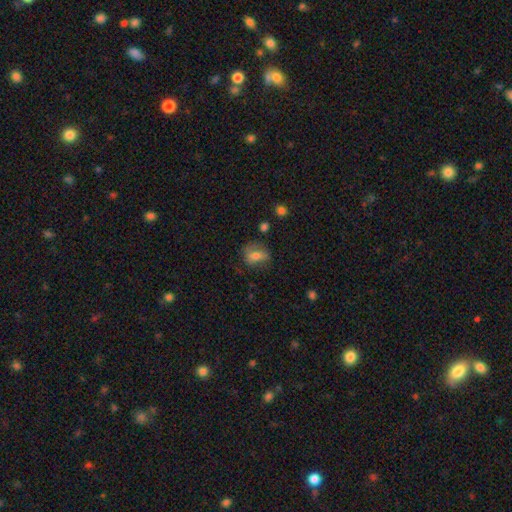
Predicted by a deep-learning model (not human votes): Smooth or featured? smooth (64%)
How rounded? in between (63%)
Merging? none (60%)